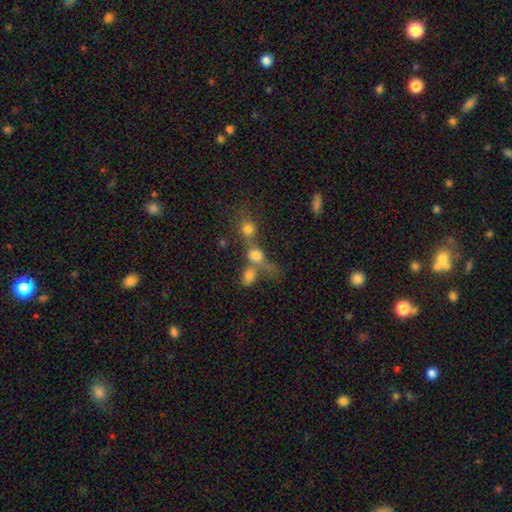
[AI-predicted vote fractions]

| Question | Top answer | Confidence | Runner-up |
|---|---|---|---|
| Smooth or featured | smooth | 68% | star or artifact (16%) |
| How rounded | round | 52% | in between (43%) |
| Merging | merger | 59% | none (25%) |